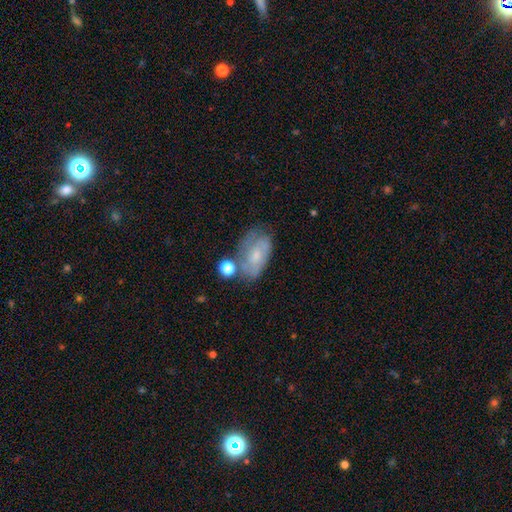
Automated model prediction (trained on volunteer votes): This is possibly a featured or disk galaxy (49%). Merging: possibly none (48%).